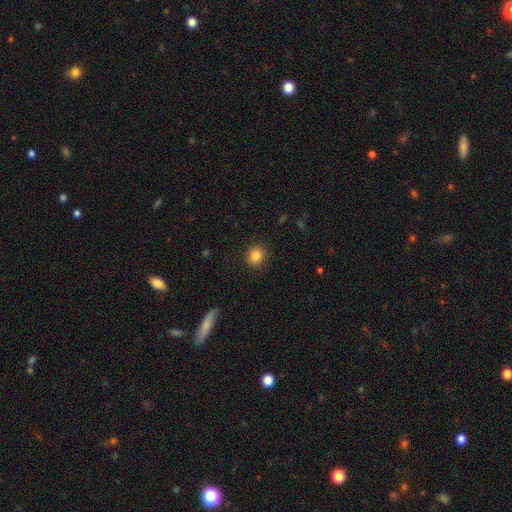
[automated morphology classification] smooth 85%, star or artifact 10%, featured or disk 5%. Down the decision tree: how rounded — round (79%); merging — none (90%).